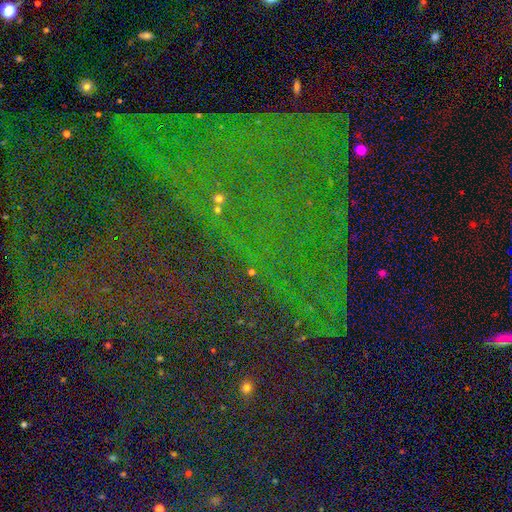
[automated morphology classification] This is clearly a star or artifact rather than a galaxy (83%).